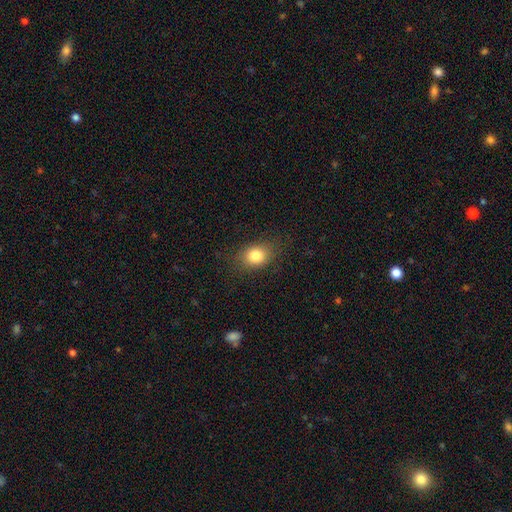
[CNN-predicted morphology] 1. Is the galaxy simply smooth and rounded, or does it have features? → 81% smooth, 11% star or artifact, 8% featured or disk.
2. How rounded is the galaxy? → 56% in between, 42% round, 1% cigar-shaped.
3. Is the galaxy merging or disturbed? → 82% none, 12% minor disturbance, 4% major disturbance, 1% merger.